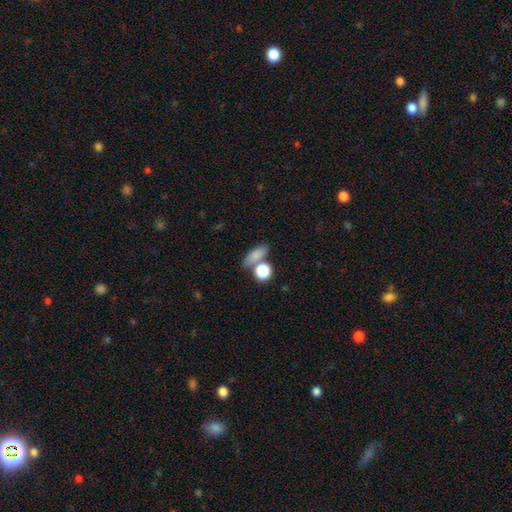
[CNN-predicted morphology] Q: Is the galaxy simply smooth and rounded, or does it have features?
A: smooth — 80%.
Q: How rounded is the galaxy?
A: in between — 57%.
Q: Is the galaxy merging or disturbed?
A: none — 60%.